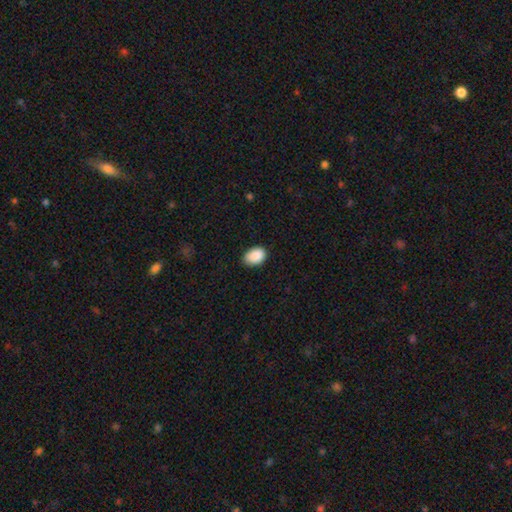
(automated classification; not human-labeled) This is clearly a smooth galaxy (90%). How rounded: clearly in between (84%). Merging: likely none (79%).